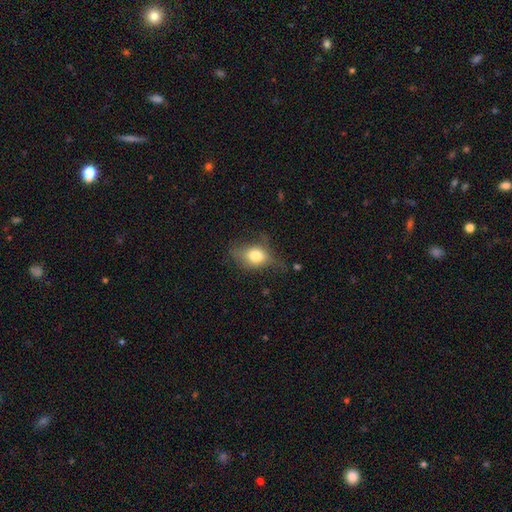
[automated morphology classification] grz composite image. It shows a smooth galaxy with no disk features (68%) that is in between round and cigar-shaped (69%). Merging: none (44%).